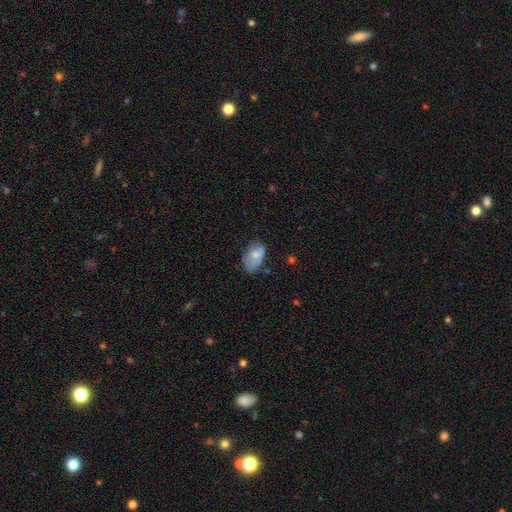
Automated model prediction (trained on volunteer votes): Smooth or featured: smooth — 66% (featured or disk — 27%)
How rounded: in between — 90% (round — 8%)
Merging: none — 47% (minor disturbance — 35%)